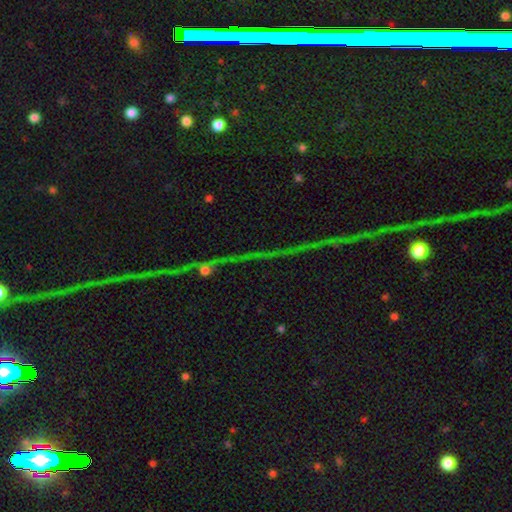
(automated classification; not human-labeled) smooth-or-featured: star or artifact: 78% | featured or disk: 14% | smooth: 8%